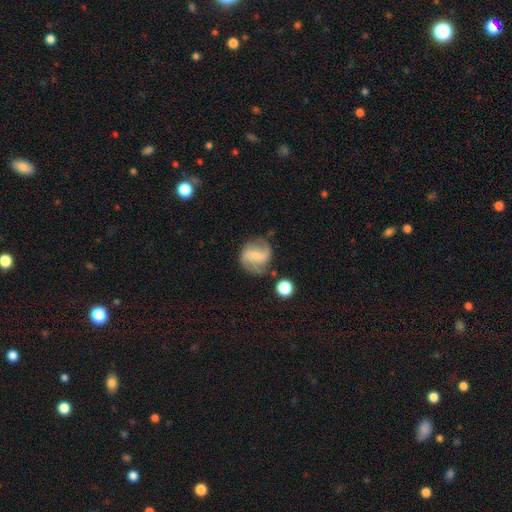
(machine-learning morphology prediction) This is likely a featured or disk galaxy (67%). It is clearly not viewed edge-on (97%). Bar: marginally weak (44%). Spiral arm pattern: clearly yes (88%). Spiral arm count: clearly 2 (87%). Spiral winding: marginally loose (45%). Central bulge: possibly small (56%). Merging: likely none (72%).